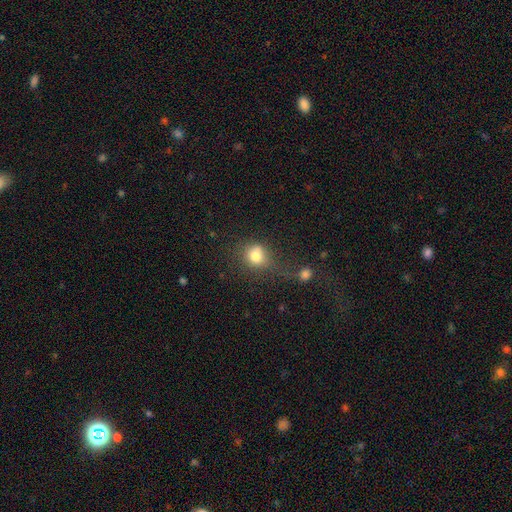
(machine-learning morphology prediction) This appears to be a smooth galaxy with no disk features (79%) that is round (73%). Merging: none (45%).